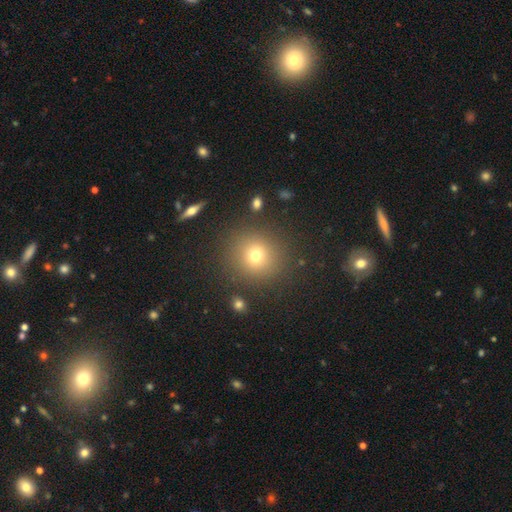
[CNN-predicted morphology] Smooth or featured: smooth — 72% (star or artifact — 17%)
How rounded: round — 91% (in between — 8%)
Merging: none — 87% (minor disturbance — 7%)